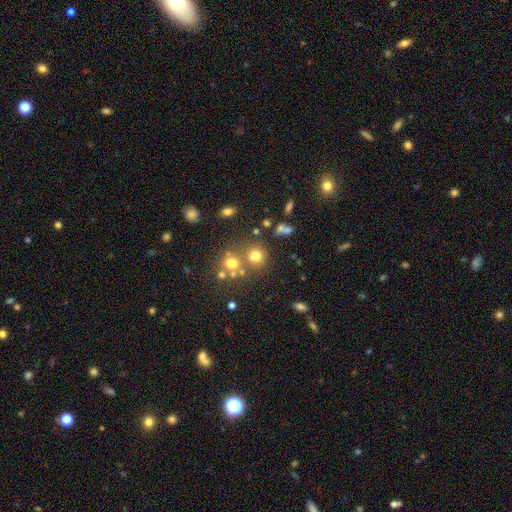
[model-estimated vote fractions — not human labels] A smooth galaxy with no disk features (70%) that is round (84%).

Vote fractions:
- Smooth or featured? smooth: 70% / star or artifact: 18% / featured or disk: 12%
- How rounded? round: 84% / in between: 15% / cigar-shaped: 1%
- Merging? none: 62% / merger: 23% / minor disturbance: 10% / major disturbance: 5%